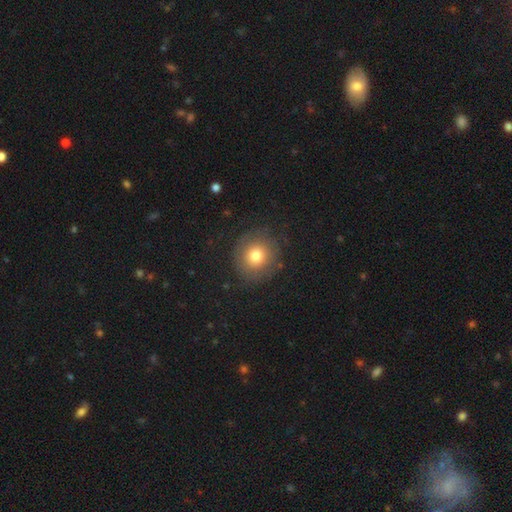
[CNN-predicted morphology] Q: Smooth or featured?
A: smooth (72%); runner-up: featured or disk (16%)
Q: How rounded?
A: round (89%); runner-up: in between (10%)
Q: Merging?
A: none (82%); runner-up: minor disturbance (11%)